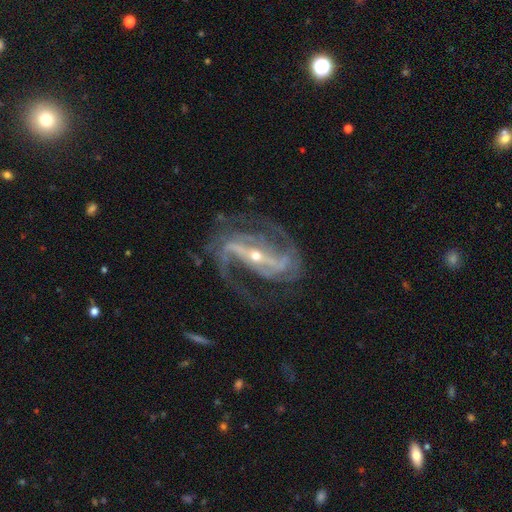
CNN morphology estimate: smooth_or_featured: featured or disk (p=0.92) [alt: star or artifact p=0.05]
disk_edge_on: no (p=0.95) [alt: yes p=0.05]
bar: strong (p=0.75) [alt: weak p=0.17]
has_spiral_arms: yes (p=0.98) [alt: no p=0.02]
spiral_winding: medium (p=0.53) [alt: loose p=0.24]
spiral_arm_count: 2 (p=0.77) [alt: 3 p=0.09]
bulge_size: small (p=0.67) [alt: moderate p=0.30]
merging: none (p=0.69) [alt: minor disturbance p=0.16]